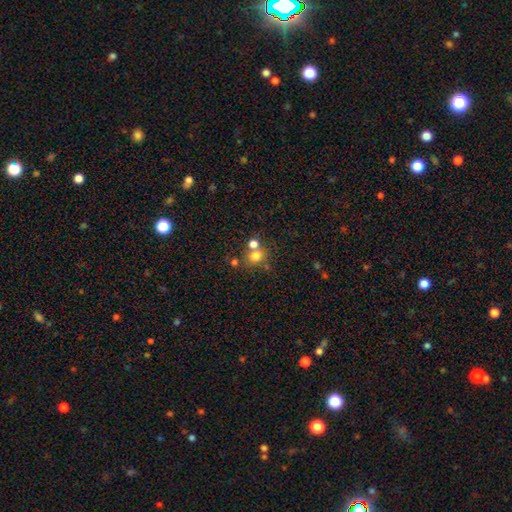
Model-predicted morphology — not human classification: Overall: smooth (74%). How rounded: round (68%; in between 31%). Merging: none (53%; merger 33%).